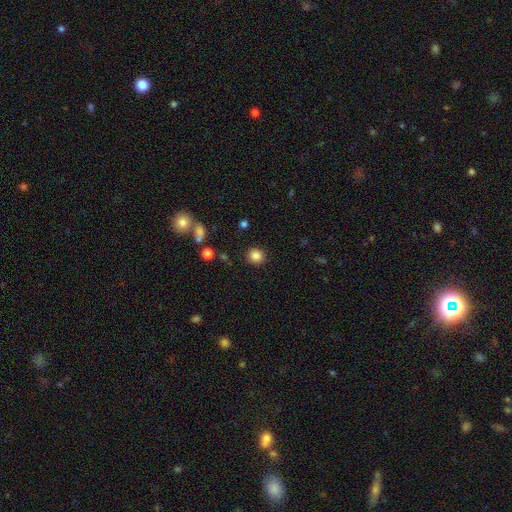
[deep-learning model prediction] Overall: smooth (85%). How rounded: round (89%). Merging: none (90%).